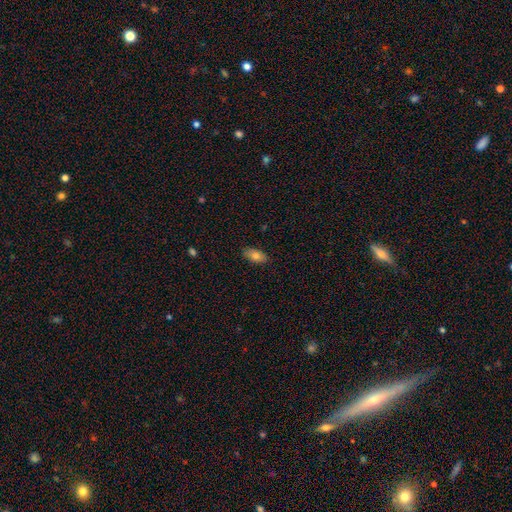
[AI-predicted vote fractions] Smooth or featured? Predicted: smooth (p=0.78). How rounded? Predicted: in between (p=0.92). Merging? Predicted: none (p=0.87).